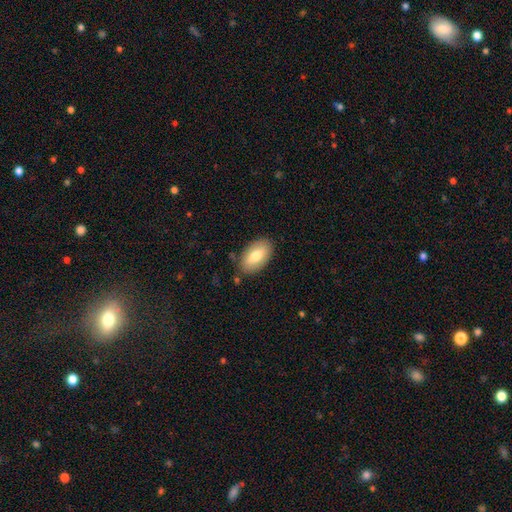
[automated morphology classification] Smooth or featured? Predicted: smooth (p=0.75). How rounded? Predicted: in between (p=0.94). Merging? Predicted: none (p=0.83).